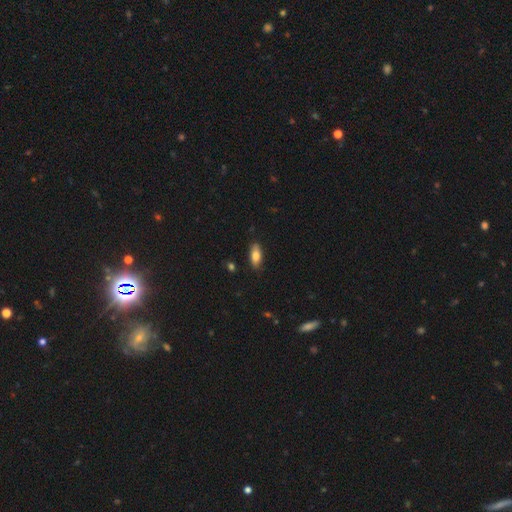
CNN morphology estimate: A smooth galaxy with no disk features (81%) that is in between round and cigar-shaped (84%). Merging: none (85%).